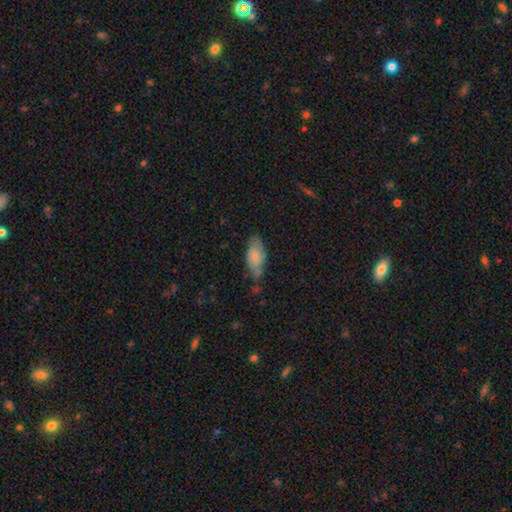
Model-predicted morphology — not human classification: Smooth or featured: smooth — 72% (featured or disk — 21%)
How rounded: in between — 88% (cigar-shaped — 10%)
Merging: none — 53% (minor disturbance — 34%)